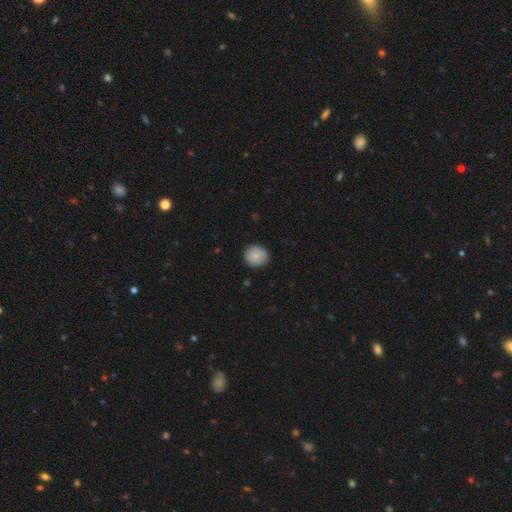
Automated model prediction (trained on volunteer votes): Smooth or featured?
  - smooth: 86% *
  - star or artifact: 7%
  - featured or disk: 7%
How rounded?
  - round: 89% *
  - in between: 10%
  - cigar-shaped: 1%
Merging?
  - none: 89% *
  - minor disturbance: 9%
  - major disturbance: 2%
  - merger: 1%